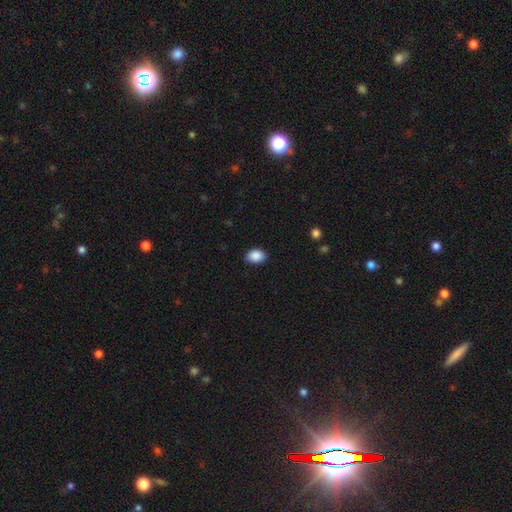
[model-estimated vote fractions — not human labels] The model was most divided on "how rounded": in between: 77%, round: 22%, cigar-shaped: 1%. More confident: smooth or featured — smooth (90%); merging — none (86%).